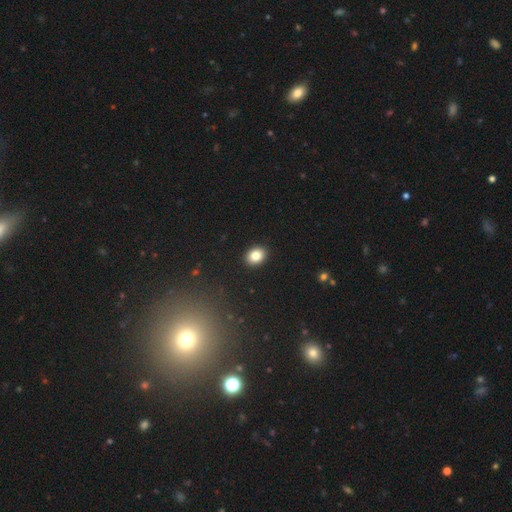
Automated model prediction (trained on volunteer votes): Morphology: type=smooth (85%); roundness=in between (63%); merging=none (91%).